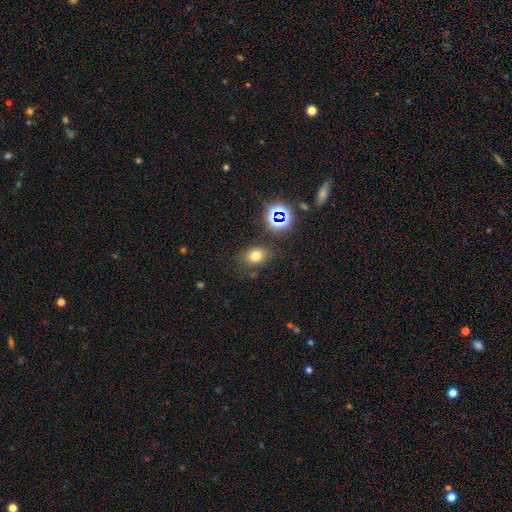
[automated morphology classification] Smooth or featured: smooth — 69% (star or artifact — 21%)
How rounded: in between — 60% (round — 39%)
Merging: none — 73% (minor disturbance — 16%)